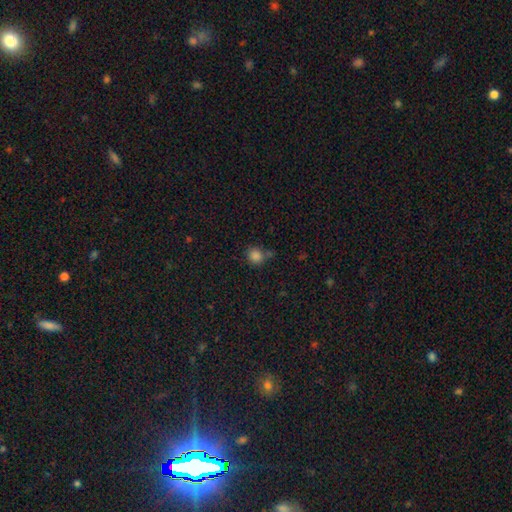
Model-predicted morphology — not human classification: This is clearly a smooth galaxy (84%). How rounded: clearly round (86%). Merging: likely none (66%).